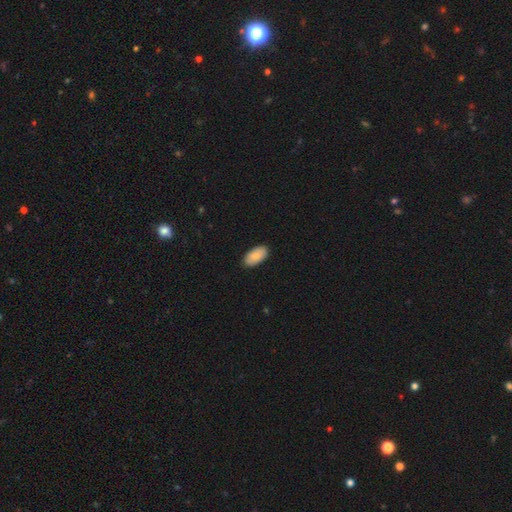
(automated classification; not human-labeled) Smooth or featured? smooth (85%)
How rounded? in between (96%)
Merging? none (89%)